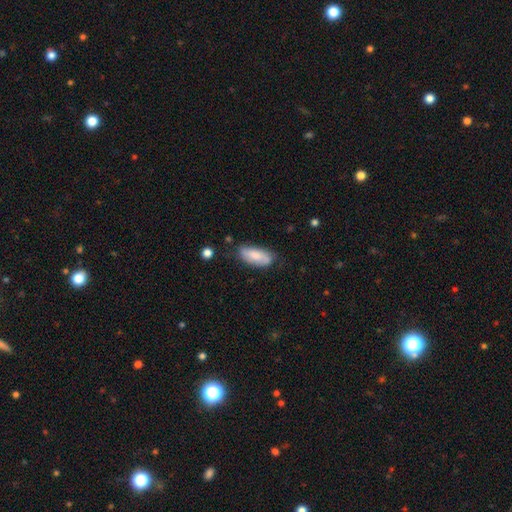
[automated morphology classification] This appears to be a smooth galaxy with no disk features (73%) that is in between round and cigar-shaped (83%). Merging: none (61%).